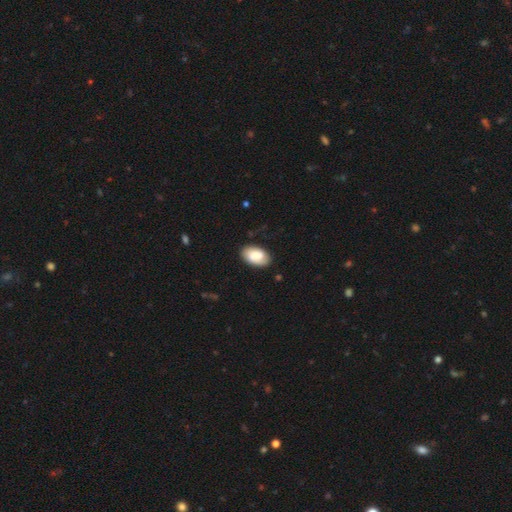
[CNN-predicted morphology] Smooth or featured?
  - smooth: 79% *
  - featured or disk: 14%
  - star or artifact: 6%
How rounded?
  - in between: 94% *
  - round: 5%
  - cigar-shaped: 1%
Merging?
  - none: 81% *
  - minor disturbance: 15%
  - major disturbance: 3%
  - merger: 1%